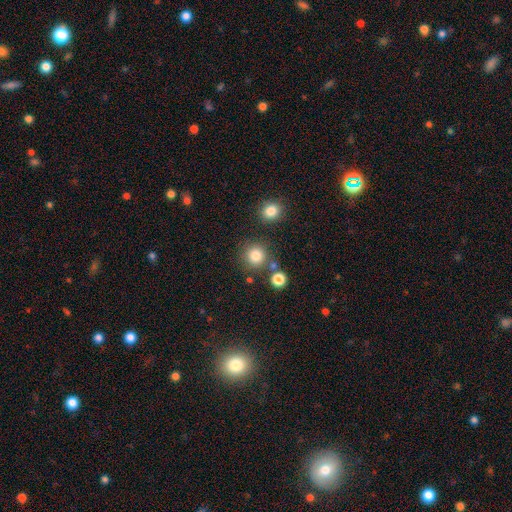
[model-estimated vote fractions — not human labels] smooth-or-featured: smooth: 82% | star or artifact: 12% | featured or disk: 6%
  how-rounded: round: 93% | in between: 6% | cigar-shaped: 1%
  merging: none: 79% | merger: 9% | minor disturbance: 9% | major disturbance: 4%